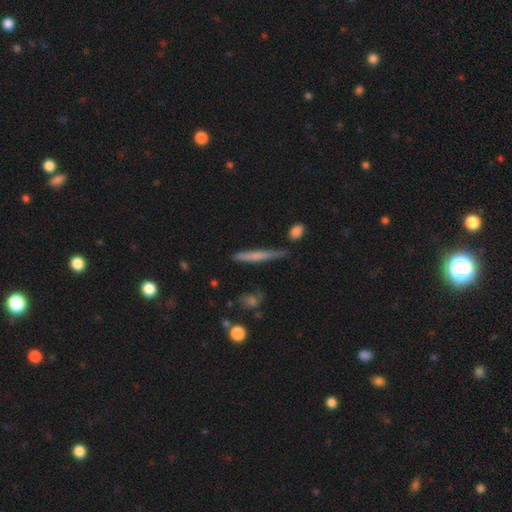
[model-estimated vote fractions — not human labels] A smooth galaxy with no disk features (58%) that is cigar-shaped (94%).

Vote fractions:
- Smooth or featured? smooth: 58% / featured or disk: 35% / star or artifact: 7%
- How rounded? cigar-shaped: 94% / in between: 4% / round: 2%
- Merging? none: 78% / minor disturbance: 15% / merger: 3% / major disturbance: 3%